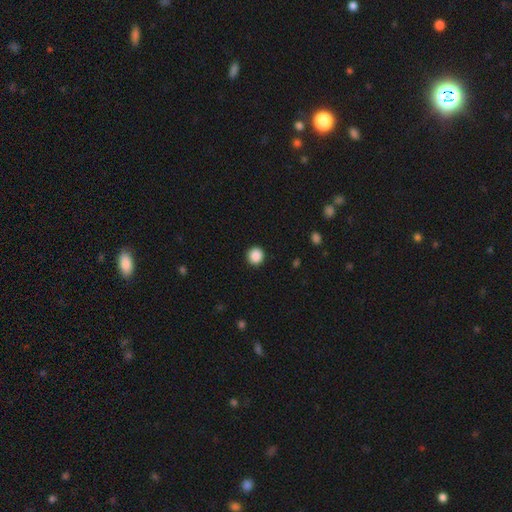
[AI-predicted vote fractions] Smooth or featured? Predicted: smooth (p=0.89). How rounded? Predicted: round (p=0.91). Merging? Predicted: none (p=0.92).